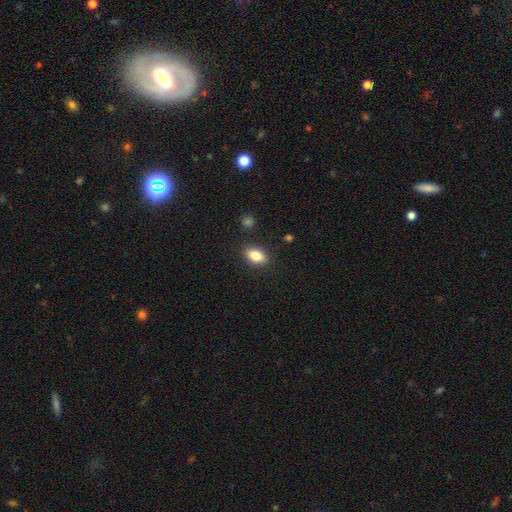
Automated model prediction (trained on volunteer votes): Smooth or featured?
  - smooth: 83% *
  - featured or disk: 9%
  - star or artifact: 8%
How rounded?
  - in between: 86% *
  - round: 11%
  - cigar-shaped: 3%
Merging?
  - none: 86% *
  - minor disturbance: 9%
  - major disturbance: 2%
  - merger: 2%